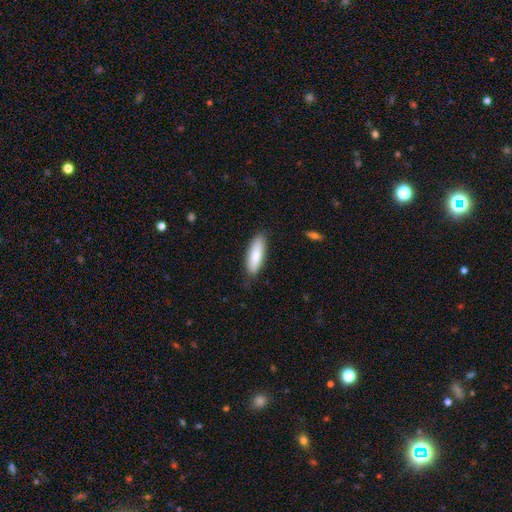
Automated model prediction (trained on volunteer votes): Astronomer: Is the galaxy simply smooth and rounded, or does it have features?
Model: smooth — 82%.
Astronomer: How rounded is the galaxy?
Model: in between — 57% (runner-up: cigar-shaped, 41%).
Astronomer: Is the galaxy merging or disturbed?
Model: none — 83%.